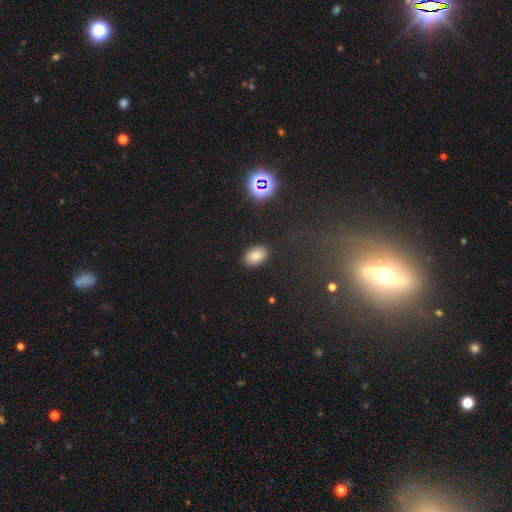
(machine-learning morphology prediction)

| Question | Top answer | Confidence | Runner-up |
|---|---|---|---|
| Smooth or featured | smooth | 82% | star or artifact (12%) |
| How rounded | in between | 89% | round (10%) |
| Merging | none | 89% | minor disturbance (8%) |